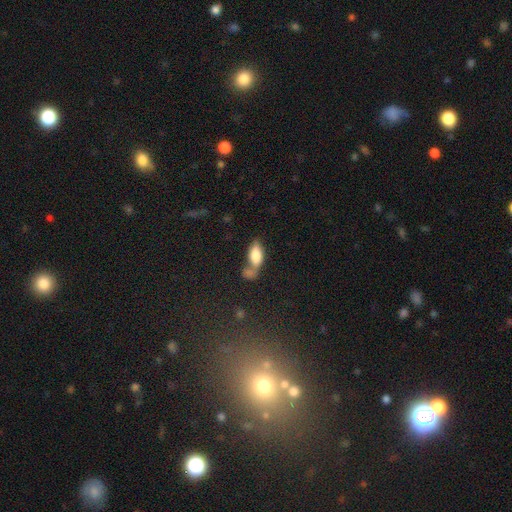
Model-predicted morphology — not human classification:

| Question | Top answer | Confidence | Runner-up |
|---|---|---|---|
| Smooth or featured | smooth | 78% | featured or disk (14%) |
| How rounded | in between | 86% | cigar-shaped (10%) |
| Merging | merger | 44% | none (33%) |